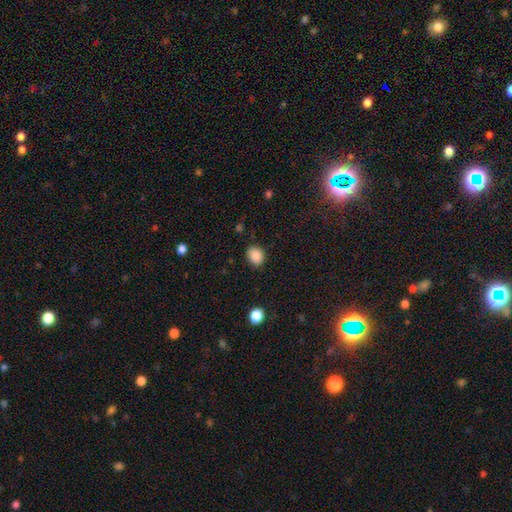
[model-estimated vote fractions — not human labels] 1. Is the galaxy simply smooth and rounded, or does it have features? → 87% smooth, 9% star or artifact, 3% featured or disk.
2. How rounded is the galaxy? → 63% round, 36% in between, 1% cigar-shaped.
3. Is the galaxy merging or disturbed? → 85% none, 11% minor disturbance, 3% major disturbance, 1% merger.